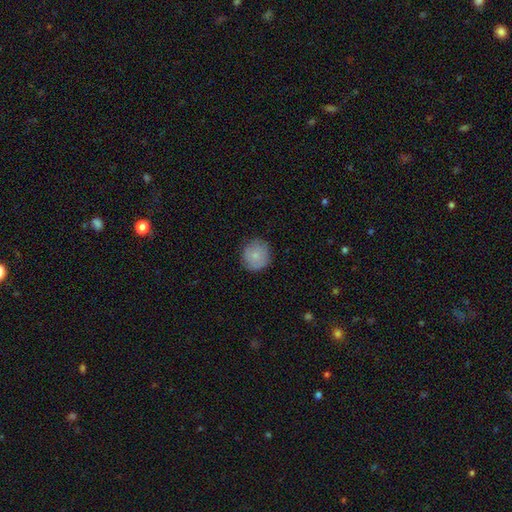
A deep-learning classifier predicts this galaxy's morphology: Smooth or featured? smooth (79%)
How rounded? round (91%)
Merging? none (84%)